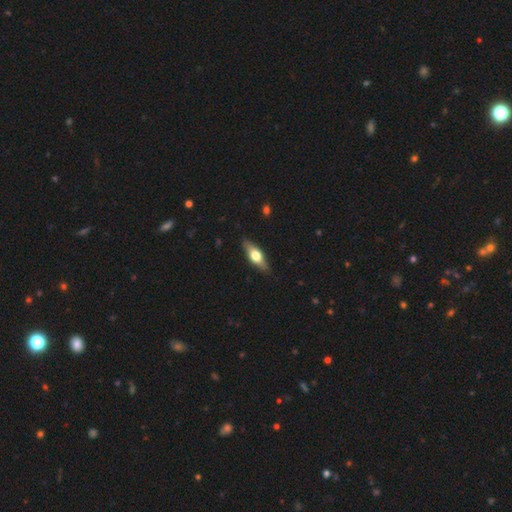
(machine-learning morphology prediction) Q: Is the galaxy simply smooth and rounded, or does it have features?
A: smooth — 51%.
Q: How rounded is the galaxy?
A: in between — 60%.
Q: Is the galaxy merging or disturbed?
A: none — 86%.